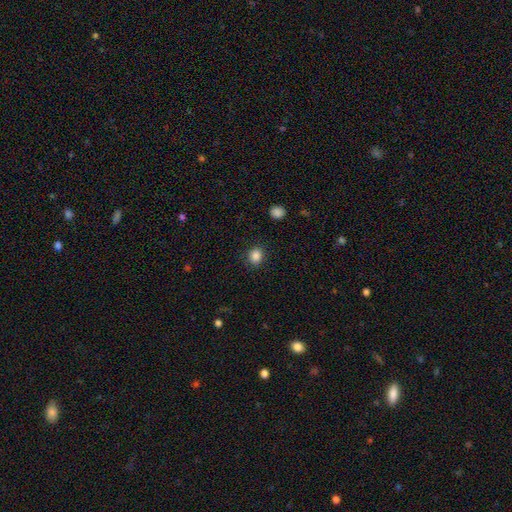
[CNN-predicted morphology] A smooth galaxy with no disk features (86%) that is round (68%). Merging: none (86%).